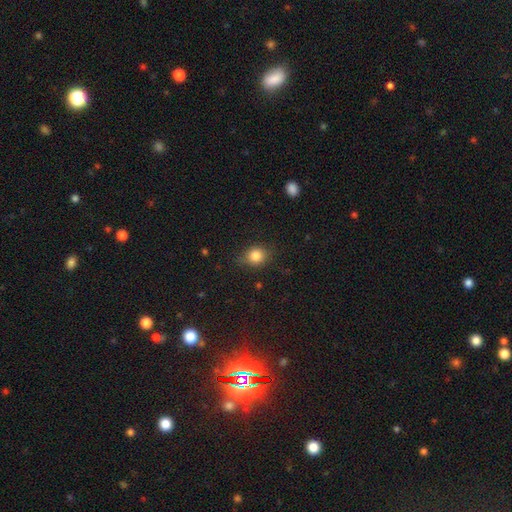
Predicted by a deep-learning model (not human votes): Smooth or featured? Predicted: smooth (p=0.83). How rounded? Predicted: round (p=0.70). Merging? Predicted: none (p=0.76).